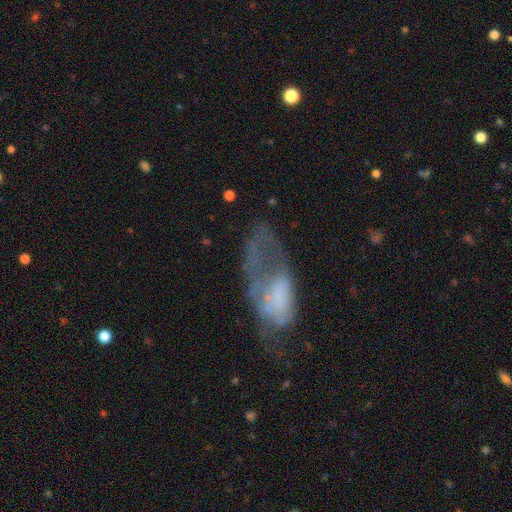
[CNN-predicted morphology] Smooth or featured?
  - featured or disk: 46% *
  - smooth: 41%
  - star or artifact: 13%
Merging?
  - major disturbance: 45% *
  - none: 28%
  - minor disturbance: 22%
  - merger: 5%